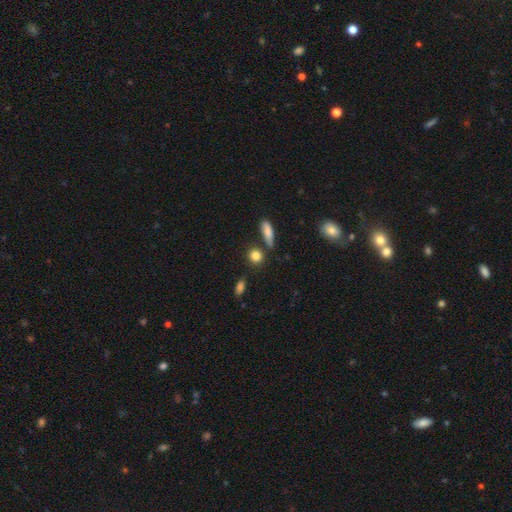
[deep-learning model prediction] Smooth or featured? smooth (84%)
How rounded? round (75%)
Merging? none (75%)